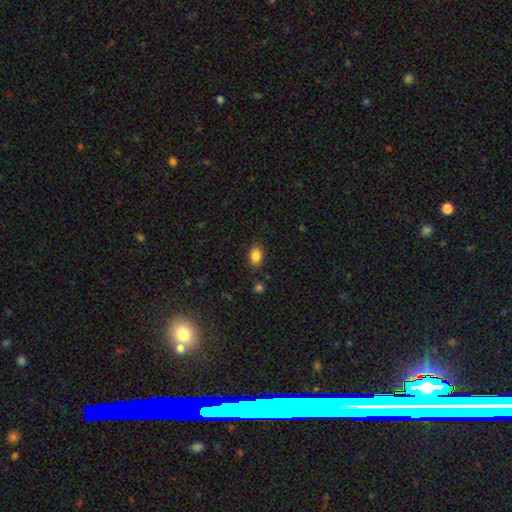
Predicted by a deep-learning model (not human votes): Overall: smooth (85%). How rounded: in between (80%). Merging: none (84%).